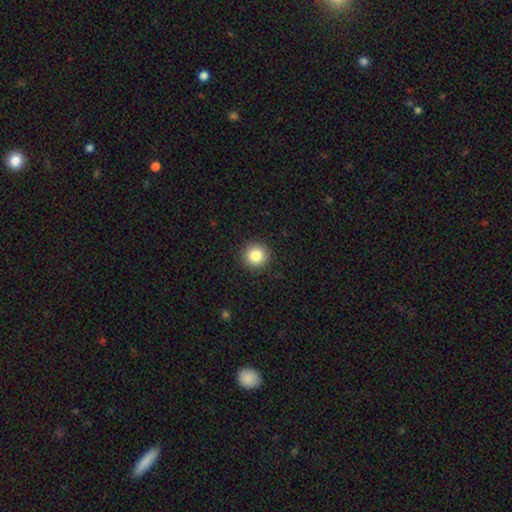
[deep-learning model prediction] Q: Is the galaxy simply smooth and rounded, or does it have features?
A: smooth — 84%.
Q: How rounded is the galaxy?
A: round — 95%.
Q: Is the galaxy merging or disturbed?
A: none — 92%.